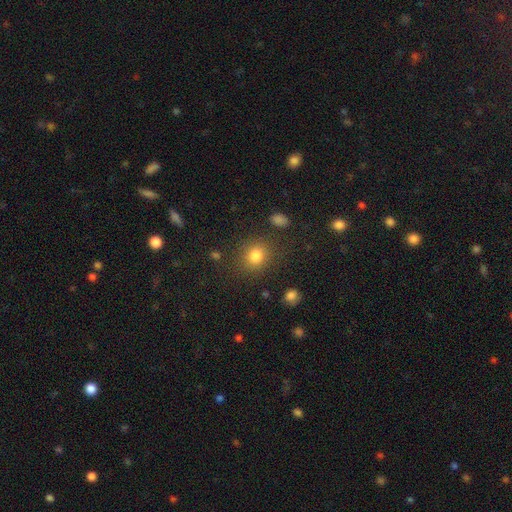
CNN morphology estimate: A smooth galaxy with no disk features (81%) that is round (76%). Merging: none (82%).